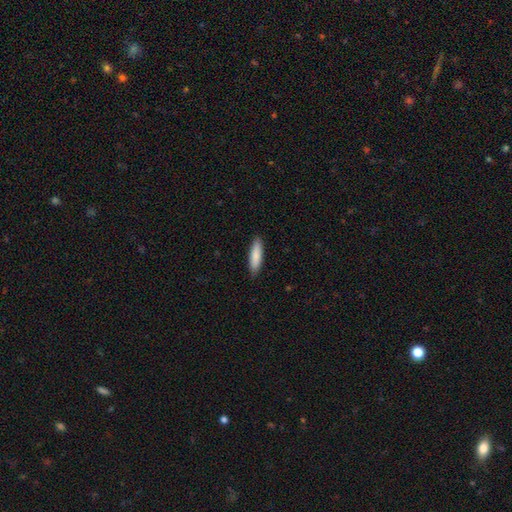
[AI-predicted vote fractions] Morphology: type=smooth (86%); roundness=cigar-shaped (65%); merging=none (88%).